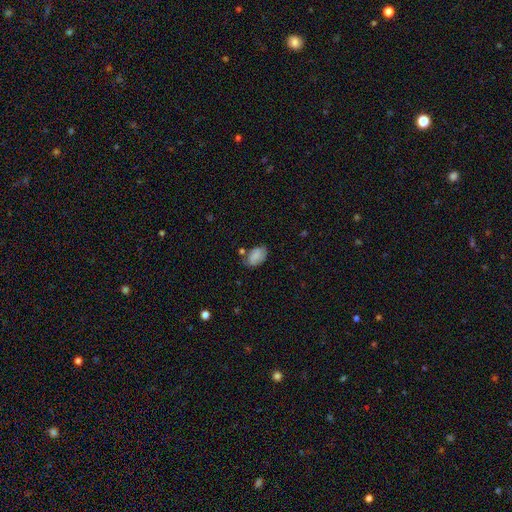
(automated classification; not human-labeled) A smooth galaxy with no disk features (79%) that is in between round and cigar-shaped (90%).

Vote fractions:
- Smooth or featured? smooth: 79% / featured or disk: 13% / star or artifact: 8%
- How rounded? in between: 90% / round: 8% / cigar-shaped: 1%
- Merging? none: 63% / minor disturbance: 24% / major disturbance: 6% / merger: 6%